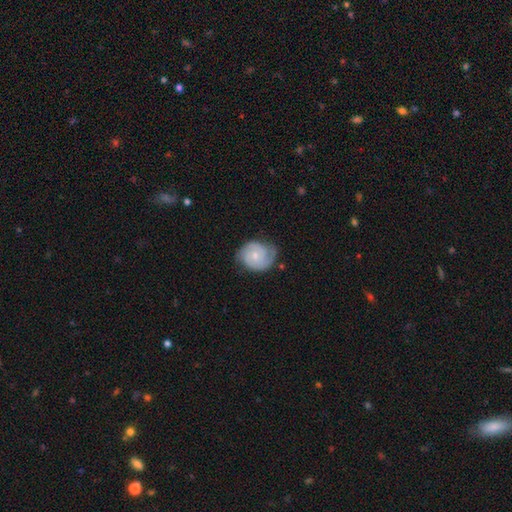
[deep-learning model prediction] smooth_or_featured: featured or disk (p=0.75) [alt: smooth p=0.20]
disk_edge_on: no (p=0.98) [alt: yes p=0.02]
bar: no (p=0.66) [alt: weak p=0.30]
has_spiral_arms: yes (p=0.95) [alt: no p=0.05]
spiral_winding: tight (p=0.59) [alt: medium p=0.33]
spiral_arm_count: 2 (p=0.68) [alt: can't tell p=0.13]
bulge_size: small (p=0.59) [alt: moderate p=0.36]
merging: none (p=0.66) [alt: minor disturbance p=0.25]